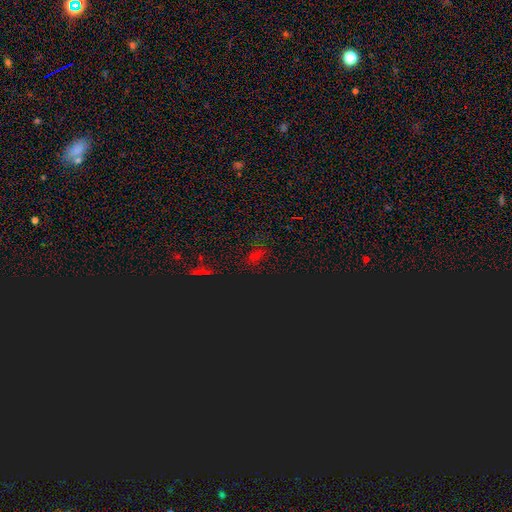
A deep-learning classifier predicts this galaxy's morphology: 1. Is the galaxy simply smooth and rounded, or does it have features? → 59% star or artifact, 34% smooth, 7% featured or disk.